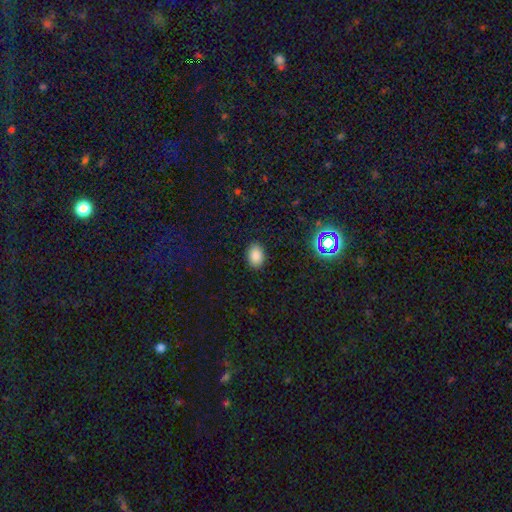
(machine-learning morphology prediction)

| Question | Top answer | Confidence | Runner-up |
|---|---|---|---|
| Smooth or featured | smooth | 85% | star or artifact (11%) |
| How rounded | in between | 82% | round (17%) |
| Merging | none | 87% | minor disturbance (9%) |